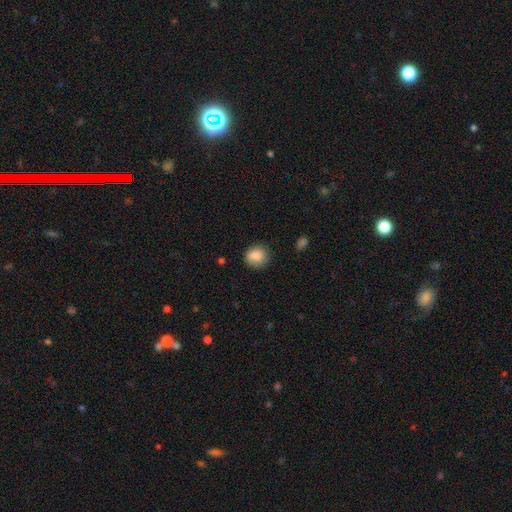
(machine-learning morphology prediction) Smooth or featured: smooth — 85% (star or artifact — 8%)
How rounded: round — 85% (in between — 14%)
Merging: none — 80% (minor disturbance — 15%)